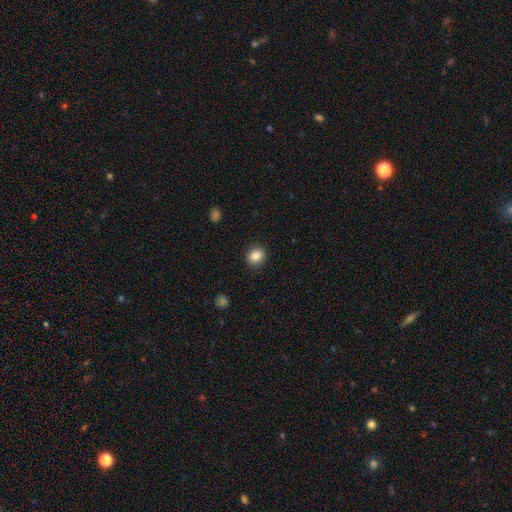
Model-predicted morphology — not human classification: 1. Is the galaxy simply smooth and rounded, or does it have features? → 85% smooth, 10% star or artifact, 5% featured or disk.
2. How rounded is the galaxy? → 81% round, 18% in between, 1% cigar-shaped.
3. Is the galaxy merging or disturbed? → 90% none, 7% minor disturbance, 2% major disturbance, 1% merger.